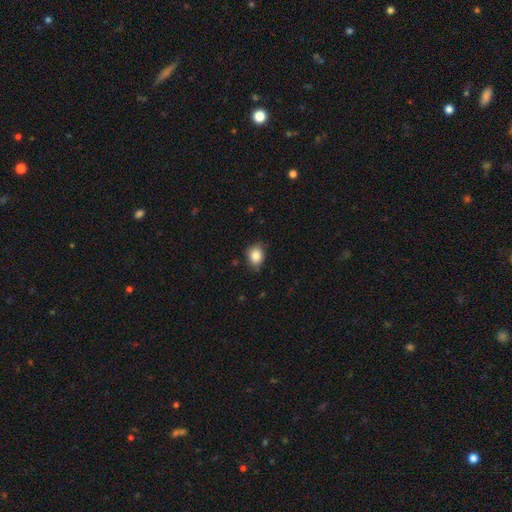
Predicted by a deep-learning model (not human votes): This appears to be a smooth galaxy with no disk features (84%) that is round (54%). Merging: none (74%).